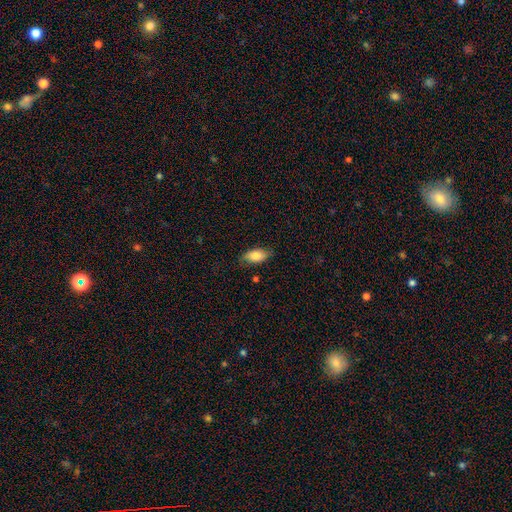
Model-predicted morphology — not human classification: smooth_or_featured: smooth (p=0.81) [alt: featured or disk p=0.12]
how_rounded: in between (p=0.90) [alt: cigar-shaped p=0.07]
merging: none (p=0.76) [alt: minor disturbance p=0.19]